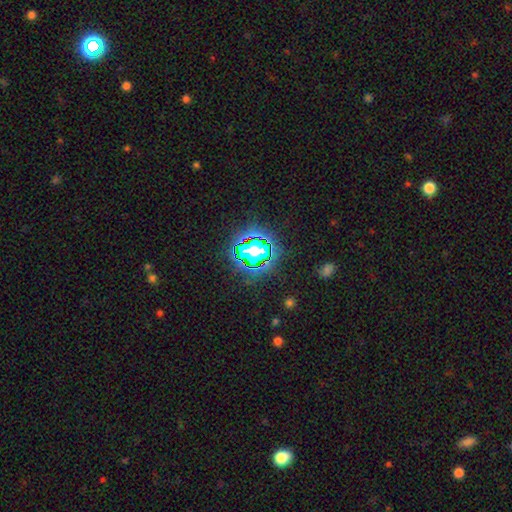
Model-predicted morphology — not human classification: A star or artifact, not a galaxy (77%).